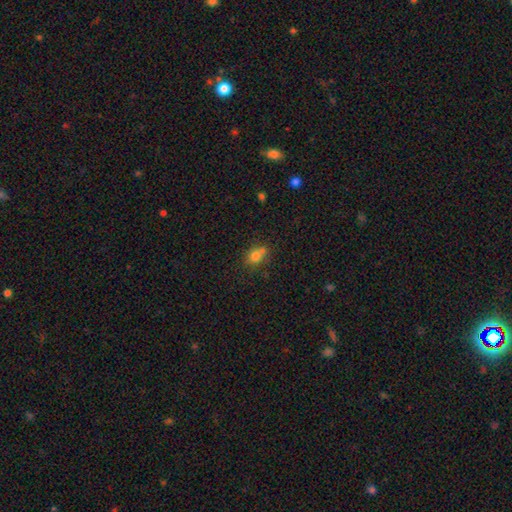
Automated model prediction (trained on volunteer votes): Smooth or featured? Predicted: smooth (p=0.76). How rounded? Predicted: round (p=0.56). Merging? Predicted: none (p=0.50).